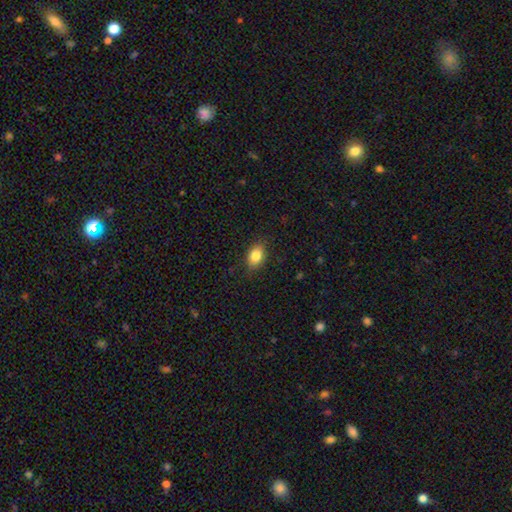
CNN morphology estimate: type=smooth (85%); roundness=in between (81%); merging=none (85%).